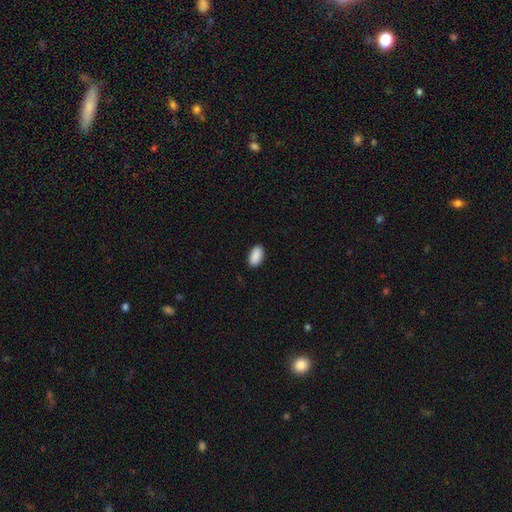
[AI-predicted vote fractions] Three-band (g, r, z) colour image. It shows a smooth galaxy with no disk features (90%) that is in between round and cigar-shaped (94%). Merging: none (89%).